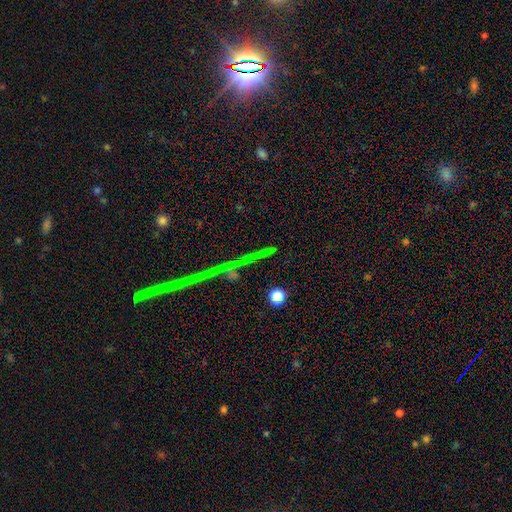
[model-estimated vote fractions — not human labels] A star or artifact, not a galaxy (72%).

Vote fractions:
- Smooth or featured? star or artifact: 72% / featured or disk: 14% / smooth: 14%